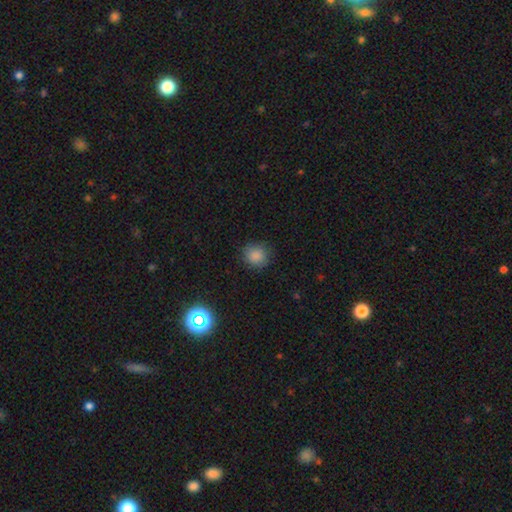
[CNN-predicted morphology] The model was most divided on "how rounded": round: 86%, in between: 13%, cigar-shaped: 1%. More confident: merging — none (85%); smooth or featured — smooth (85%).